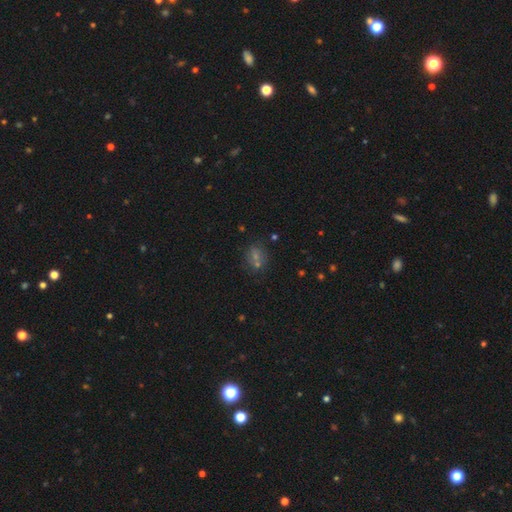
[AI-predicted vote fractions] Smooth or featured? smooth (51%)
How rounded? round (58%)
Merging? none (68%)